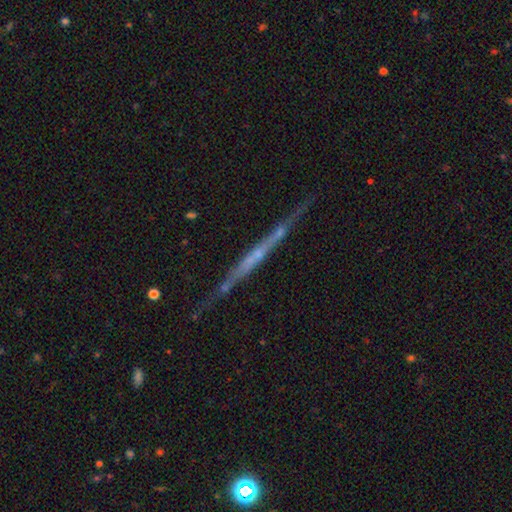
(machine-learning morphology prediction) featured or disk 73%, smooth 18%, star or artifact 9%. Down the decision tree: edge-on disk — yes (95%); edge-on bulge — none (74%); merging — none (80%).